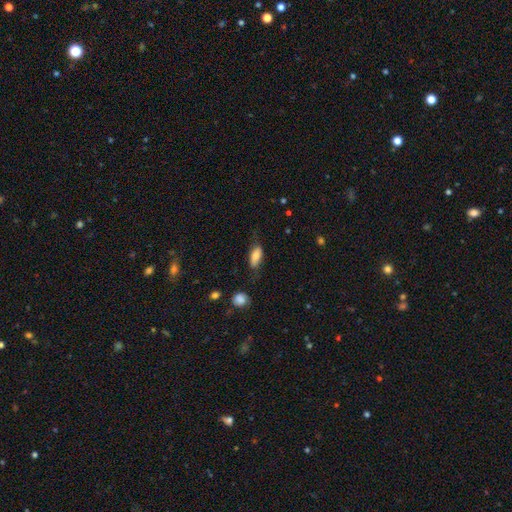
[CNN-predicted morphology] Smooth or featured? smooth (74%)
How rounded? in between (84%)
Merging? none (66%)